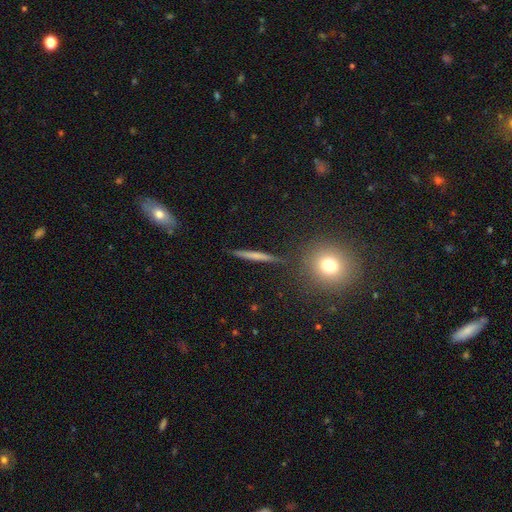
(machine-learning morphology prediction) type=smooth (53%); roundness=cigar-shaped (92%); merging=none (88%).